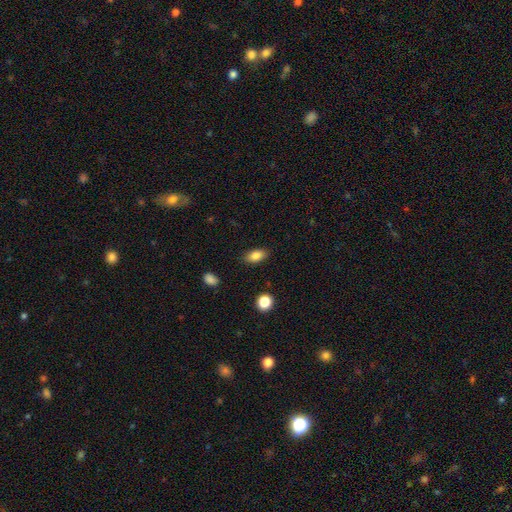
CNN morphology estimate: Smooth or featured? smooth (84%)
How rounded? in between (89%)
Merging? none (87%)